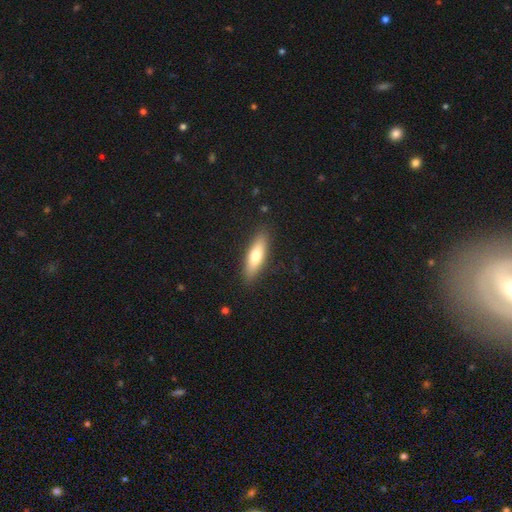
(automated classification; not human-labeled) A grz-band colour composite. It shows a smooth galaxy with no disk features (68%) that is cigar-shaped (59%). Merging: none (87%).